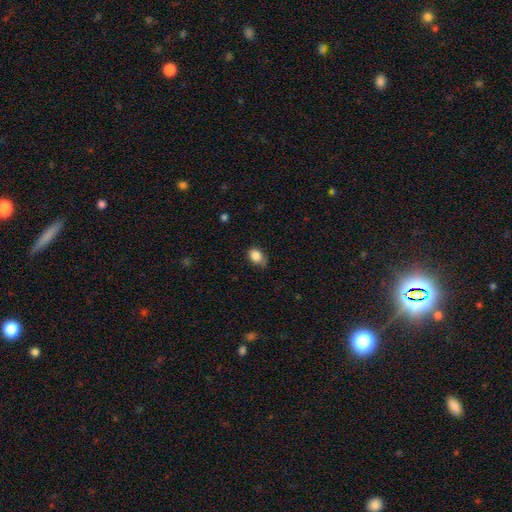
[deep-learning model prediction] A smooth galaxy with no disk features (85%) that is in between round and cigar-shaped (73%).

Vote fractions:
- Smooth or featured? smooth: 85% / star or artifact: 9% / featured or disk: 6%
- How rounded? in between: 73% / round: 25% / cigar-shaped: 1%
- Merging? none: 65% / minor disturbance: 28% / major disturbance: 6% / merger: 1%